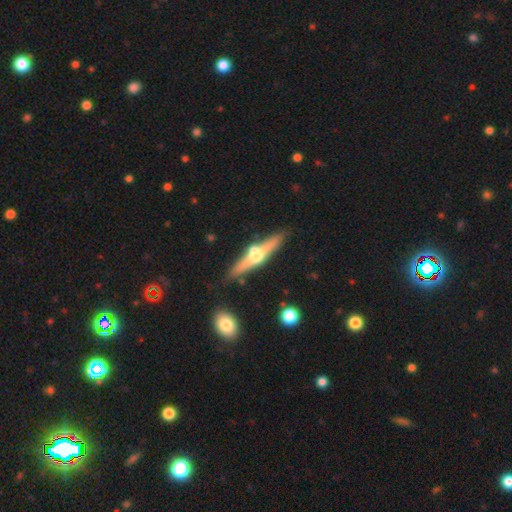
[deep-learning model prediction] A featured or disk galaxy (68%) viewed edge-on (95%) with a rounded central bulge (93%). Merging: none (78%).